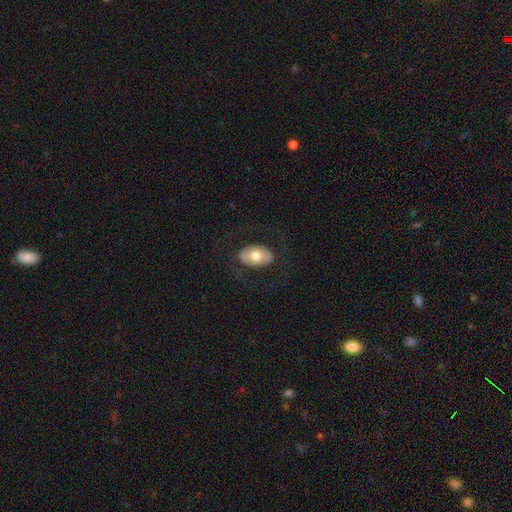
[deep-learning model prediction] Smooth or featured? smooth (65%)
How rounded? in between (90%)
Merging? none (81%)